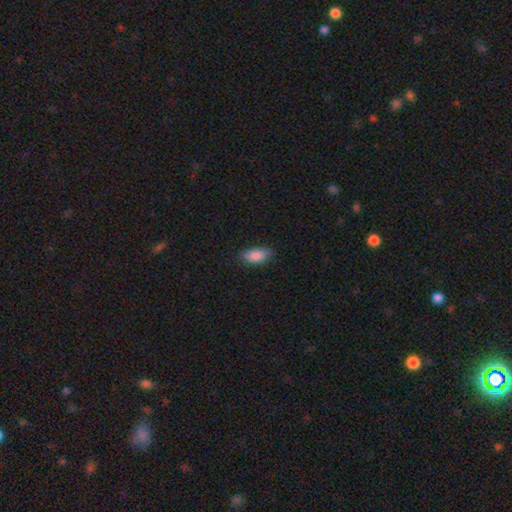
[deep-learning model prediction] Smooth or featured? Predicted: smooth (p=0.87). How rounded? Predicted: in between (p=0.89). Merging? Predicted: none (p=0.78).